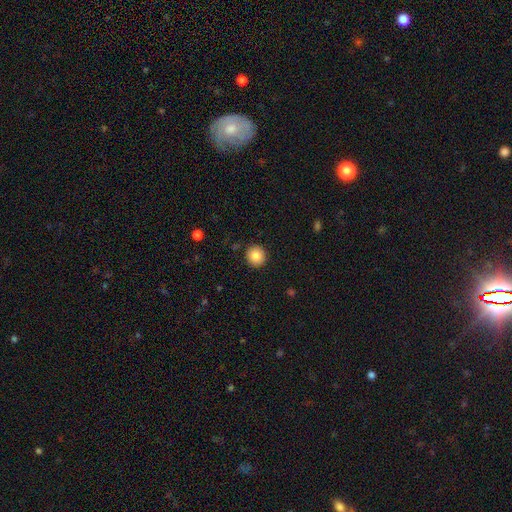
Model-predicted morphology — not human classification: Smooth or featured? smooth (85%)
How rounded? round (92%)
Merging? none (91%)